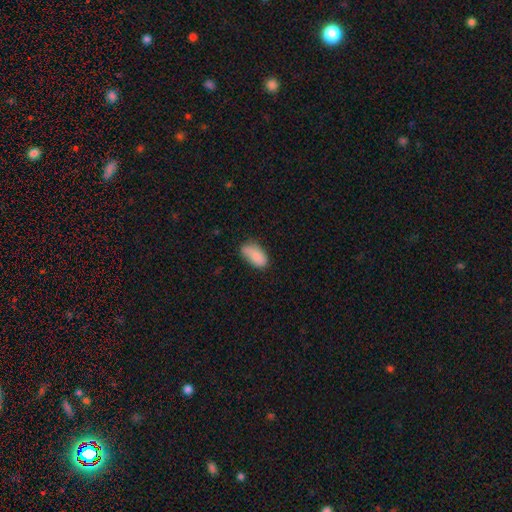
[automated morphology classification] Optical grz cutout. It shows a smooth galaxy with no disk features (84%) that is in between round and cigar-shaped (93%). Merging: none (58%).